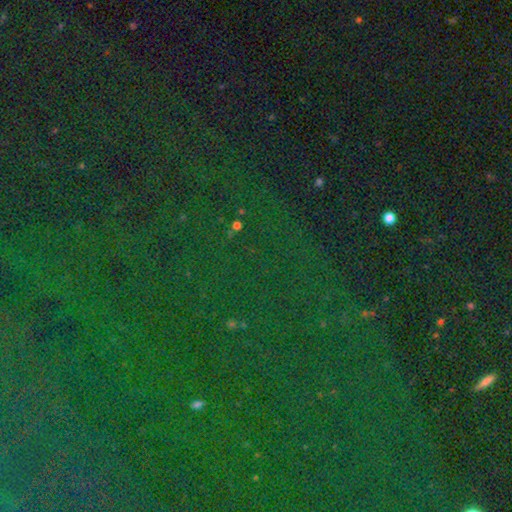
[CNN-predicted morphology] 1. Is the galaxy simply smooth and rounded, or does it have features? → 82% star or artifact, 10% smooth, 7% featured or disk.